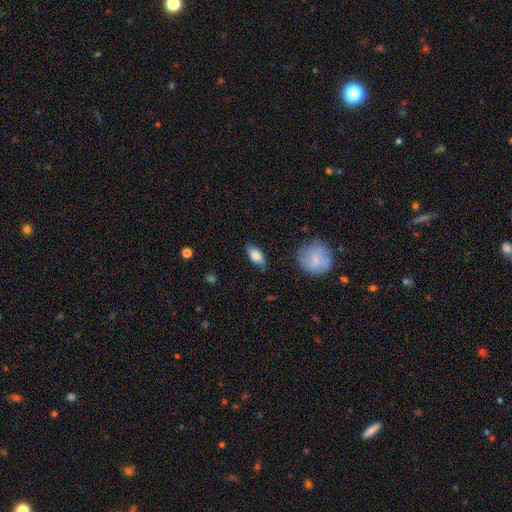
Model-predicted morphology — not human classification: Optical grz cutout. It shows a smooth galaxy with no disk features (81%) that is in between round and cigar-shaped (88%). Merging: none (80%).